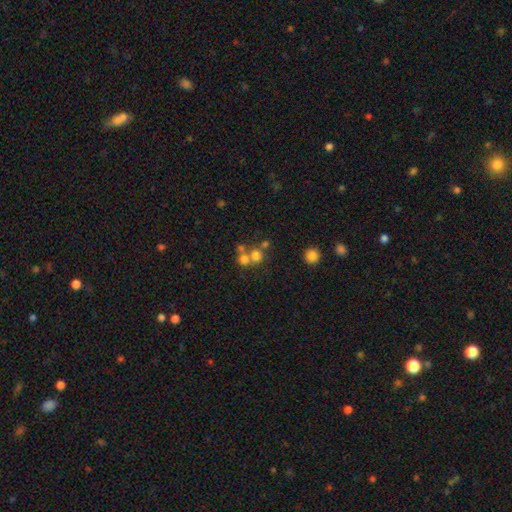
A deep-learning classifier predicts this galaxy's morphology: Smooth or featured: smooth — 68% (star or artifact — 17%)
How rounded: round — 83% (in between — 16%)
Merging: merger — 47% (none — 43%)